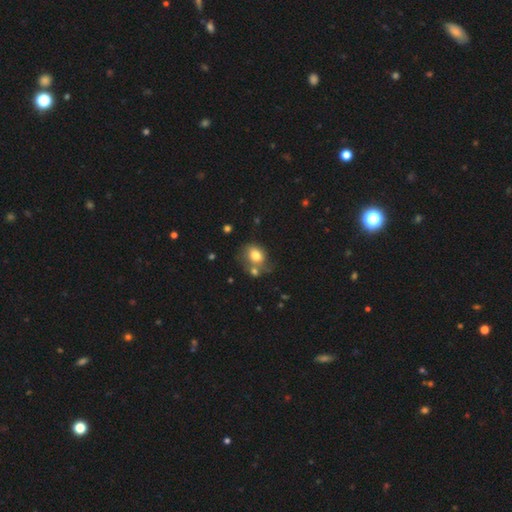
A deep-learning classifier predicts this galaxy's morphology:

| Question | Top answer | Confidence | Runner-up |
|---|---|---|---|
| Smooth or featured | smooth | 77% | featured or disk (13%) |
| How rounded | round | 53% | in between (46%) |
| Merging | none | 49% | merger (25%) |